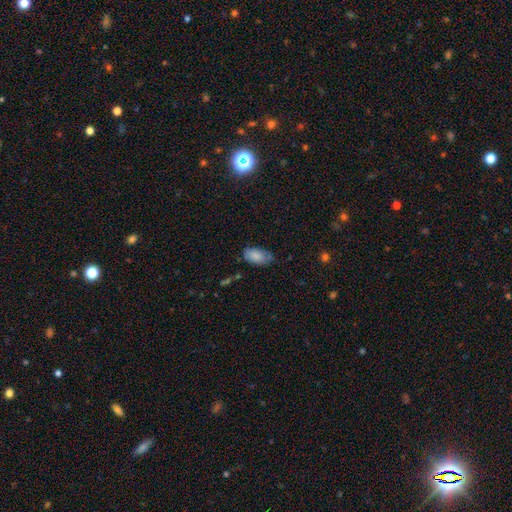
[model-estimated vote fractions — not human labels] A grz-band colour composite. It shows a smooth galaxy with no disk features (82%) that is in between round and cigar-shaped (94%). Merging: none (62%).